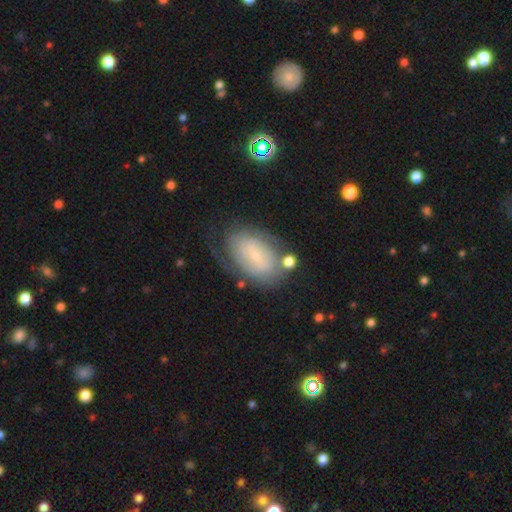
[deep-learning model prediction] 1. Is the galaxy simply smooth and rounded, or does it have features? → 53% featured or disk, 38% smooth, 9% star or artifact.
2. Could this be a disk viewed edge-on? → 94% no, 6% yes.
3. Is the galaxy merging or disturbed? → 59% none, 22% minor disturbance, 13% major disturbance, 6% merger.